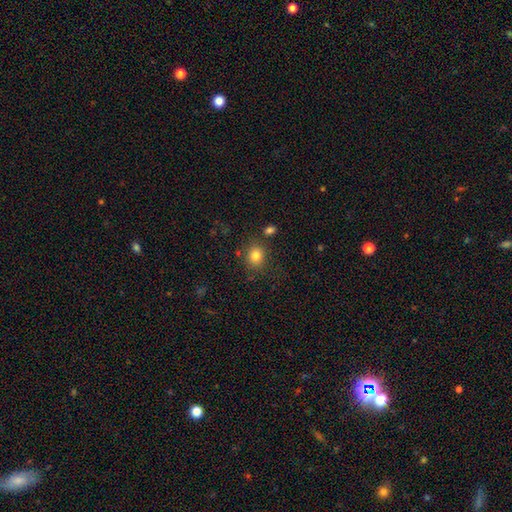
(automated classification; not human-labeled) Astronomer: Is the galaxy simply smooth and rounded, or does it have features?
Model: smooth — 81%.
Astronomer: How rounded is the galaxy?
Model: round — 69%.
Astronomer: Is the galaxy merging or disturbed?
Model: none — 80%.